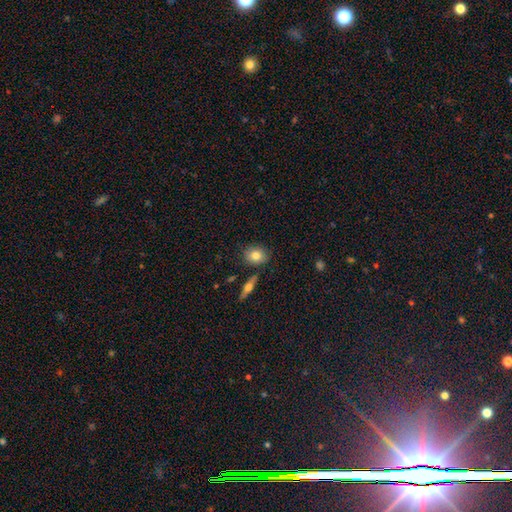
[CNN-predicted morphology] The model was most divided on "how rounded": round: 53%, in between: 45%, cigar-shaped: 2%. More confident: merging — none (81%); smooth or featured — smooth (79%).